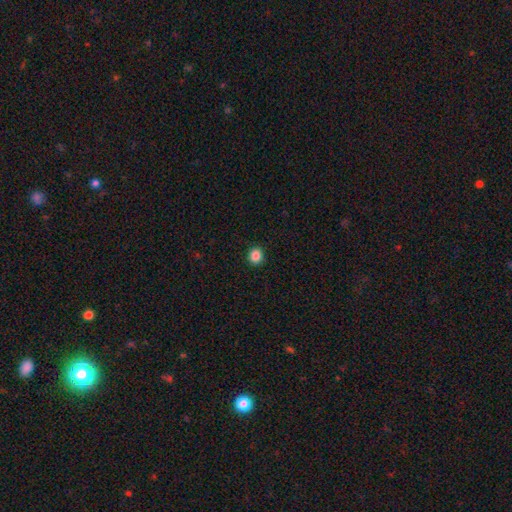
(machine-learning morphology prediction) smooth-or-featured: smooth: 86% | star or artifact: 10% | featured or disk: 3%
  how-rounded: round: 82% | in between: 17% | cigar-shaped: 1%
  merging: none: 92% | minor disturbance: 5% | major disturbance: 2% | merger: 1%